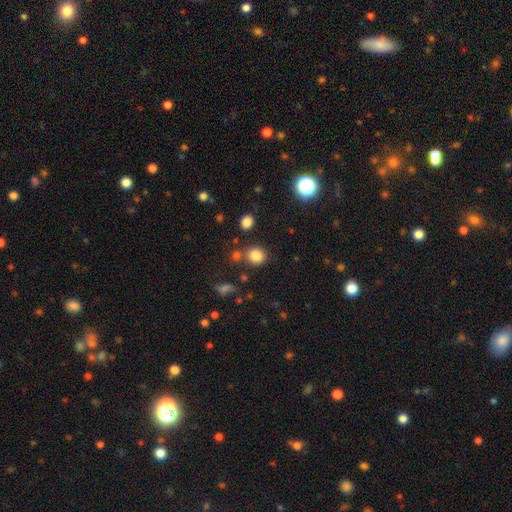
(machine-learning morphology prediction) This is clearly a smooth galaxy (83%). How rounded: likely round (78%). Merging: likely none (78%).